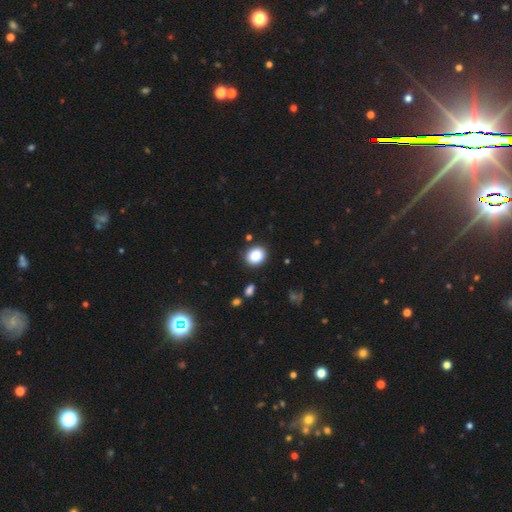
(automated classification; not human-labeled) Smooth or featured: smooth — 88% (star or artifact — 9%)
How rounded: round — 65% (in between — 34%)
Merging: none — 87% (minor disturbance — 9%)